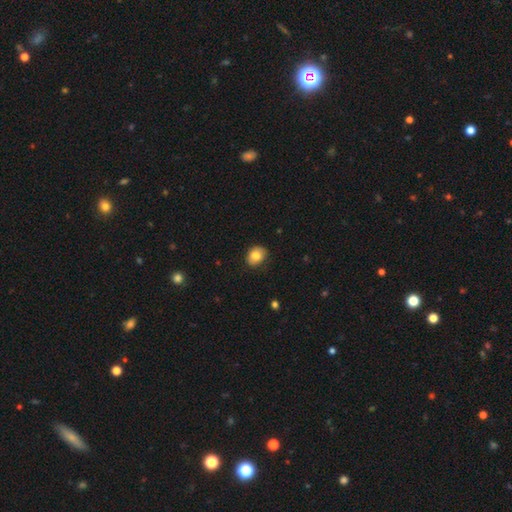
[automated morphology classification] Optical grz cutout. It shows a smooth galaxy with no disk features (80%) that is round (50%). Merging: none (82%).